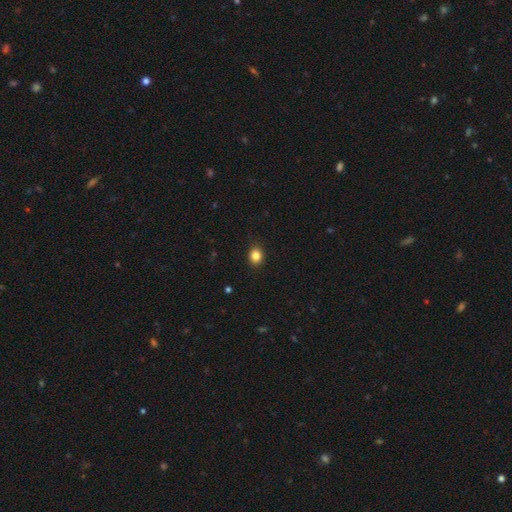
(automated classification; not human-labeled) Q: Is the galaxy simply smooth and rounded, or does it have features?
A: smooth — 85%.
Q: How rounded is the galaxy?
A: round — 67%.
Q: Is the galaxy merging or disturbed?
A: none — 90%.